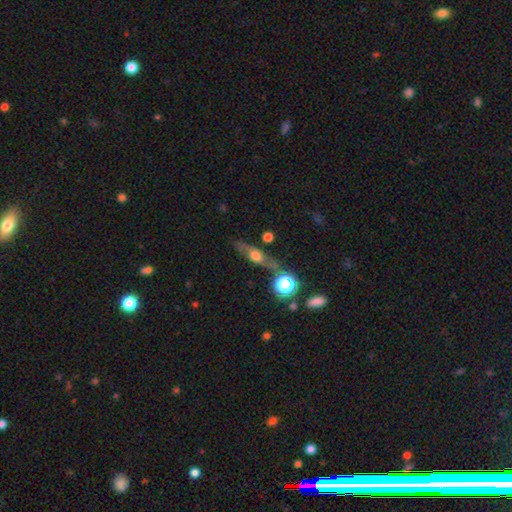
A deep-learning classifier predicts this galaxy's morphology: This appears to be a featured or disk galaxy (51%) viewed edge-on (78%). Merging: none (71%).